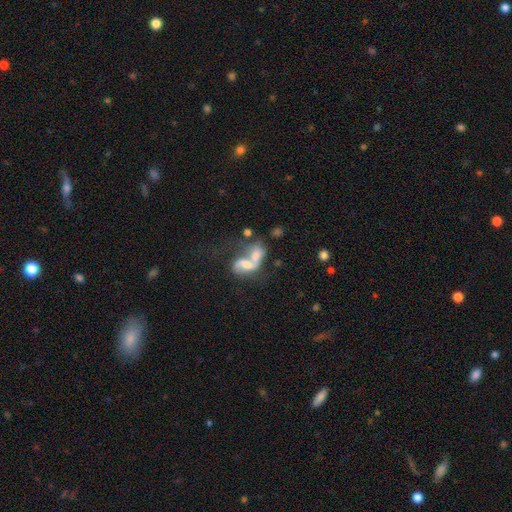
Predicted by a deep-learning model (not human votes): featured or disk 56%, smooth 35%, star or artifact 10%. Down the decision tree: edge-on disk — no (96%); bar — no (49%); spiral arms — yes (73%); bulge size — moderate (42%); merging — merger (66%).